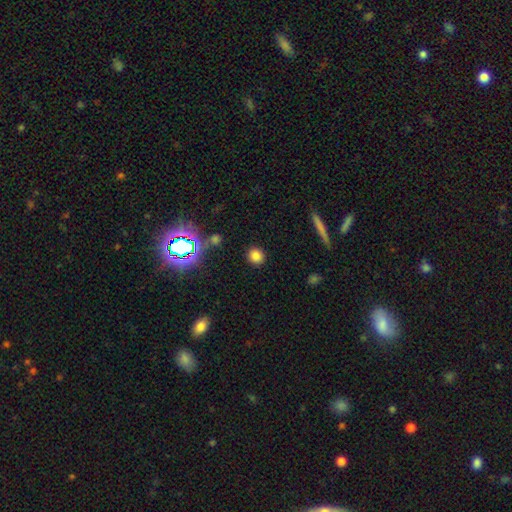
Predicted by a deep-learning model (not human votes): Q: Smooth or featured?
A: smooth (78%); runner-up: star or artifact (16%)
Q: How rounded?
A: round (89%); runner-up: in between (10%)
Q: Merging?
A: none (90%); runner-up: minor disturbance (6%)